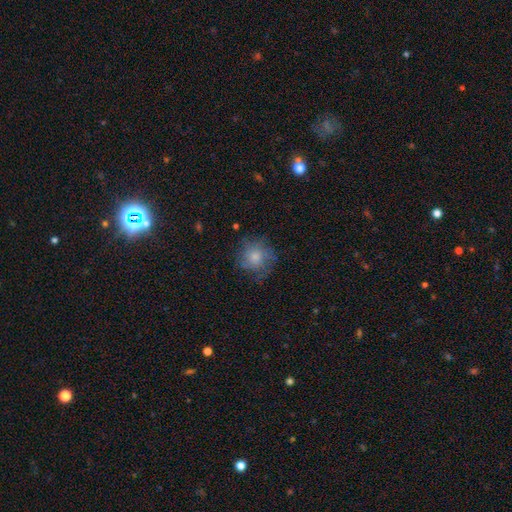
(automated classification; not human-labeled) Smooth or featured? smooth (42%)
Merging? none (73%)